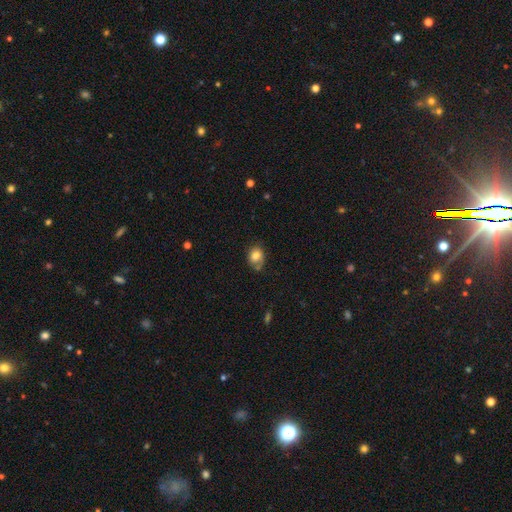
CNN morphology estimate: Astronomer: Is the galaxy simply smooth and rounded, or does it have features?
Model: smooth — 76%.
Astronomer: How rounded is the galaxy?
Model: in between — 54% (runner-up: round, 45%).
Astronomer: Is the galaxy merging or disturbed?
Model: none — 54% (runner-up: minor disturbance, 30%).